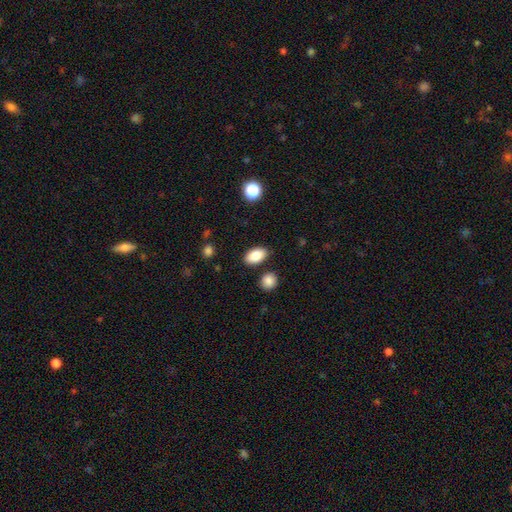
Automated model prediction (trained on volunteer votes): Smooth or featured?
  - smooth: 87% *
  - star or artifact: 7%
  - featured or disk: 6%
How rounded?
  - in between: 92% *
  - round: 6%
  - cigar-shaped: 2%
Merging?
  - none: 85% *
  - minor disturbance: 9%
  - merger: 4%
  - major disturbance: 2%